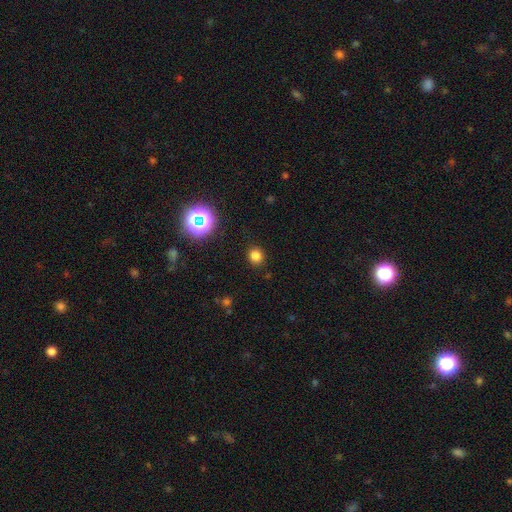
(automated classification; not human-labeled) Overall: smooth (77%). How rounded: round (79%). Merging: none (88%).